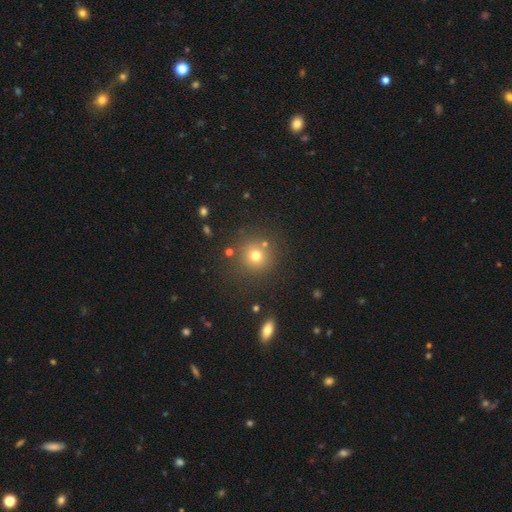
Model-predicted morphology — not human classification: smooth 72%, star or artifact 19%, featured or disk 9%. Down the decision tree: how rounded — round (93%); merging — none (82%).